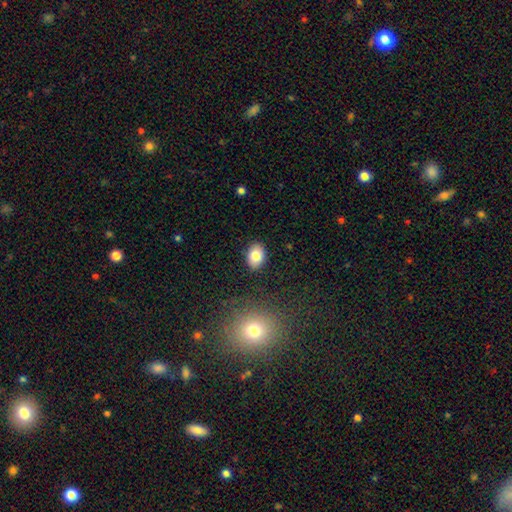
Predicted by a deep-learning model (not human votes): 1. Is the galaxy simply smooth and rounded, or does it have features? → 83% smooth, 9% star or artifact, 9% featured or disk.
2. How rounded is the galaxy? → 76% in between, 23% round, 1% cigar-shaped.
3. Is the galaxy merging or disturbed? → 88% none, 9% minor disturbance, 2% major disturbance, 1% merger.